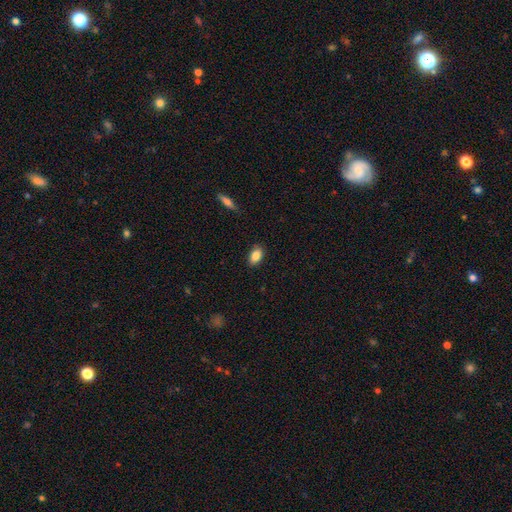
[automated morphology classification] smooth_or_featured: smooth (p=0.86) [alt: star or artifact p=0.08]
how_rounded: in between (p=0.88) [alt: round p=0.09]
merging: none (p=0.86) [alt: minor disturbance p=0.10]